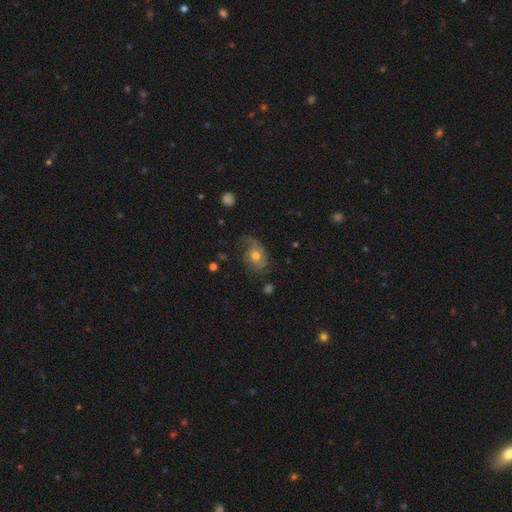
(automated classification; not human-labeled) This is possibly a featured or disk galaxy (53%). It is clearly not viewed edge-on (95%). Bar: likely no (78%). Spiral arm pattern: clearly yes (81%). Central bulge: likely moderate (65%). Merging: possibly none (48%).